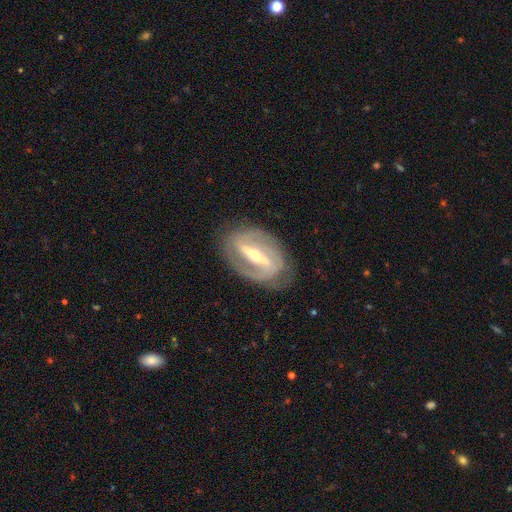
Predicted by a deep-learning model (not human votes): Smooth or featured?
  - featured or disk: 88% *
  - smooth: 7%
  - star or artifact: 5%
Edge-on disk?
  - no: 92% *
  - yes: 8%
Bar?
  - strong: 75% *
  - weak: 18%
  - no: 7%
Spiral arms?
  - yes: 89% *
  - no: 11%
Spiral winding?
  - tight: 42% *
  - medium: 41%
  - loose: 16%
Spiral arm count?
  - 2: 83% *
  - can't tell: 8%
  - 3: 4%
  - 1: 3%
  - 4: 1%
  - more than 4: 1%
Bulge size?
  - small: 50% *
  - moderate: 46%
  - large: 2%
  - none: 1%
  - dominant: 1%
Merging?
  - none: 77% *
  - minor disturbance: 15%
  - major disturbance: 6%
  - merger: 1%